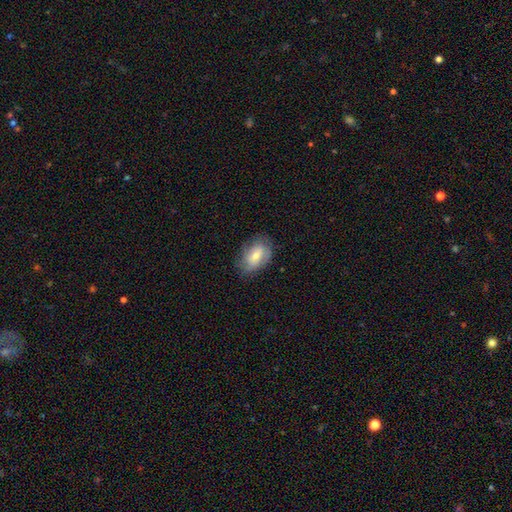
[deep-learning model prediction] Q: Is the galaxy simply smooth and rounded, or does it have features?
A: smooth — 59%.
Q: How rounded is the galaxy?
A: in between — 85%.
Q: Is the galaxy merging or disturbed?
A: none — 71%.